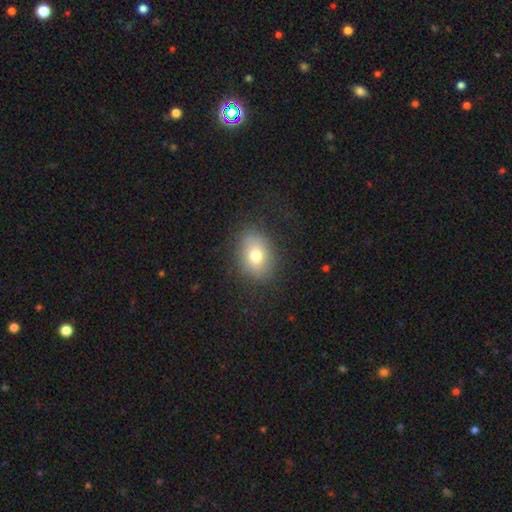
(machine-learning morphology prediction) Q: Smooth or featured?
A: smooth (74%); runner-up: featured or disk (15%)
Q: How rounded?
A: in between (64%); runner-up: round (35%)
Q: Merging?
A: none (82%); runner-up: minor disturbance (12%)